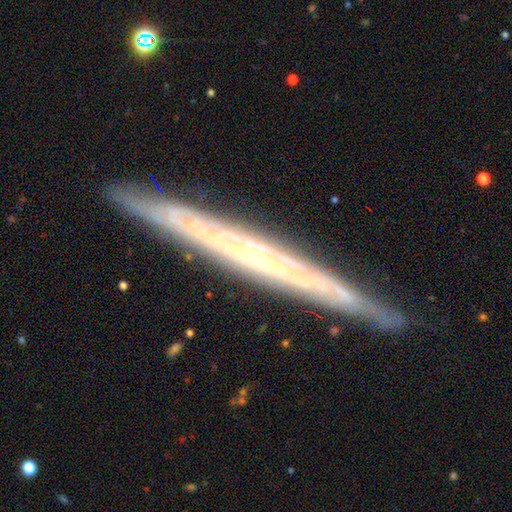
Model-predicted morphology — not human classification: Smooth or featured? featured or disk (81%)
Edge-on disk? yes (90%)
Edge-on bulge? none (69%)
Merging? none (87%)